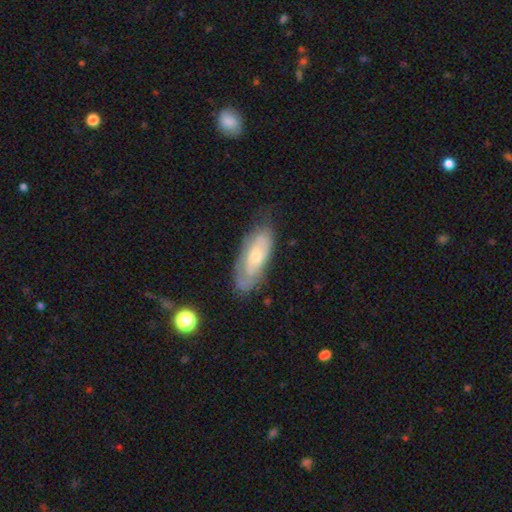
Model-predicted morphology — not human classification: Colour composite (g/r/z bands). It shows a featured or disk galaxy (60%) with no bar (78%), spiral arms (68%) and a small central bulge (59%). Merging: none (65%).